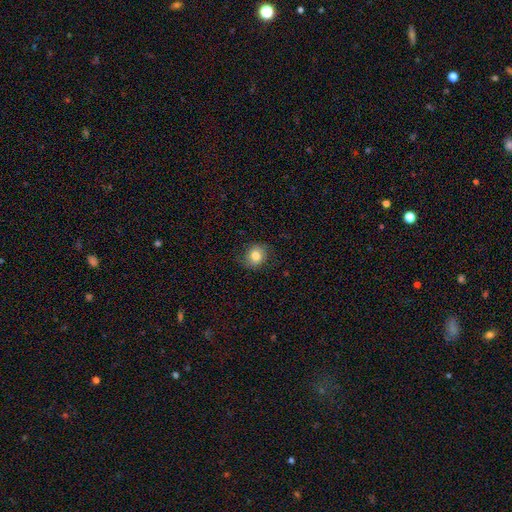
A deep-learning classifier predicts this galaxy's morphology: A smooth galaxy with no disk features (74%) that is round (71%).

Vote fractions:
- Smooth or featured? smooth: 74% / featured or disk: 17% / star or artifact: 9%
- How rounded? round: 71% / in between: 28% / cigar-shaped: 1%
- Merging? none: 79% / minor disturbance: 15% / major disturbance: 5% / merger: 1%